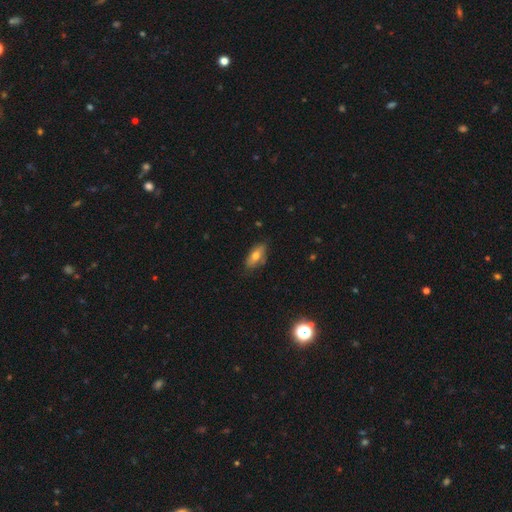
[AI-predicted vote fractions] This is likely a smooth galaxy (67%). How rounded: clearly in between (82%). Merging: likely none (75%).